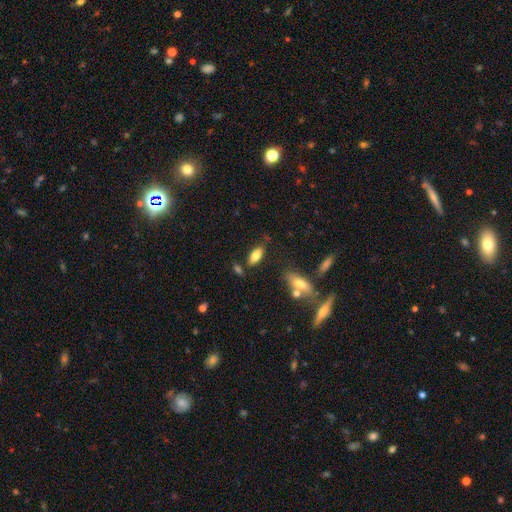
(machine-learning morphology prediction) A smooth galaxy with no disk features (79%) that is in between round and cigar-shaped (87%).

Vote fractions:
- Smooth or featured? smooth: 79% / featured or disk: 14% / star or artifact: 8%
- How rounded? in between: 87% / cigar-shaped: 11% / round: 3%
- Merging? none: 74% / minor disturbance: 14% / merger: 8% / major disturbance: 4%